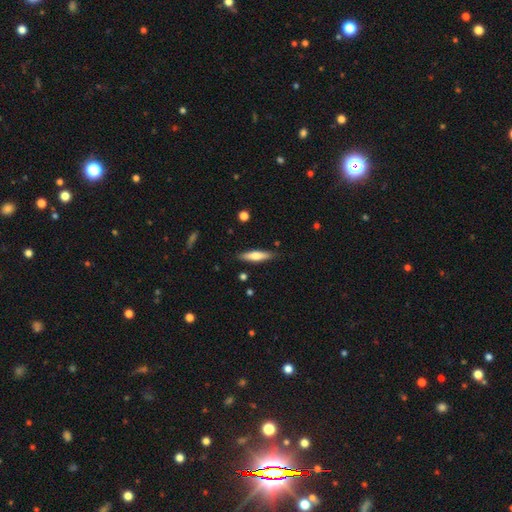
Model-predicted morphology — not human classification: This appears to be a smooth galaxy with no disk features (57%) that is cigar-shaped (77%). Merging: none (86%).